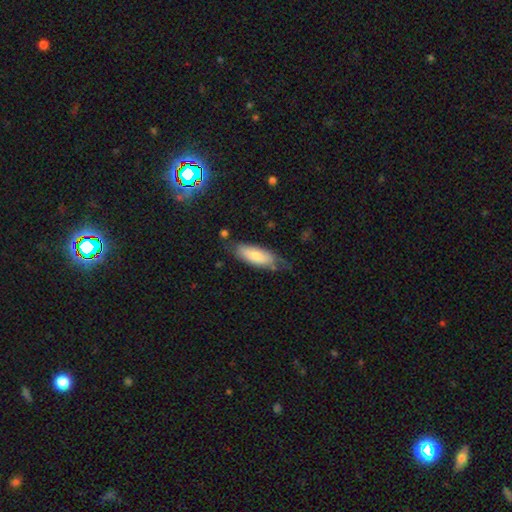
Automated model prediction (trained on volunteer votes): Q: Smooth or featured?
A: smooth (76%); runner-up: featured or disk (18%)
Q: How rounded?
A: in between (74%); runner-up: cigar-shaped (25%)
Q: Merging?
A: none (55%); runner-up: minor disturbance (31%)